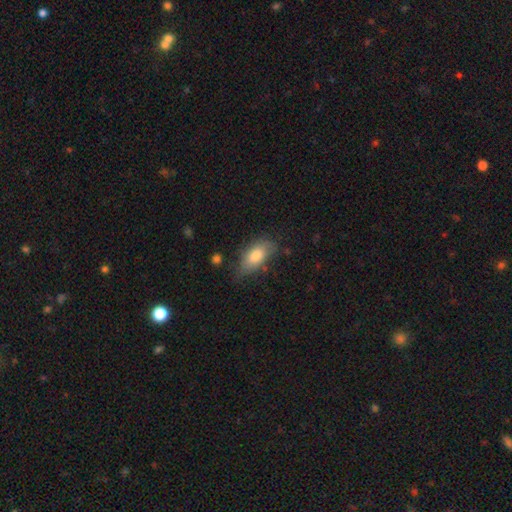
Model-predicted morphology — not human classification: smooth 78%, featured or disk 15%, star or artifact 7%. Down the decision tree: how rounded — in between (88%); merging — none (64%).